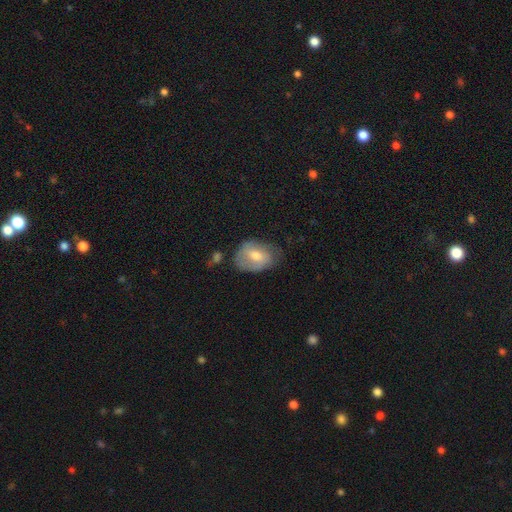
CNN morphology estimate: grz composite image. It shows a smooth galaxy with no disk features (56%) that is in between round and cigar-shaped (75%). Merging: none (50%).